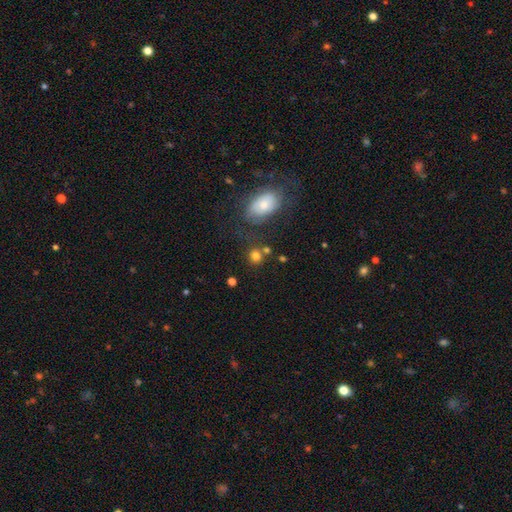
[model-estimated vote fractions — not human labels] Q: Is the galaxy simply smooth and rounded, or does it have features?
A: smooth — 79%.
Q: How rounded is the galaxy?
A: round — 78%.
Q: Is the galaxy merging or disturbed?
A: none — 68%.